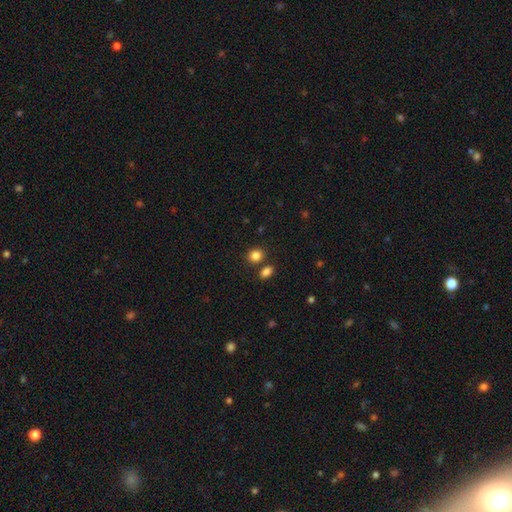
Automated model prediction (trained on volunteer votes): A smooth galaxy with no disk features (86%) that is round (65%). Merging: none (74%).